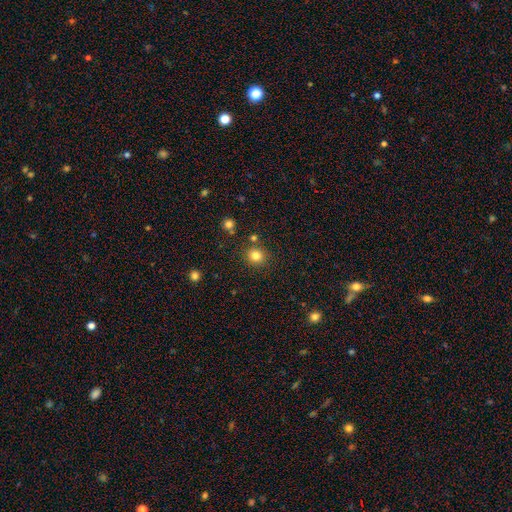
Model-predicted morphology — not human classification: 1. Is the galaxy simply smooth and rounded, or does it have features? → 82% smooth, 13% star or artifact, 5% featured or disk.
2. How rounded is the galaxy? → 88% round, 11% in between, 1% cigar-shaped.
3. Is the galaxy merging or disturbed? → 85% none, 7% minor disturbance, 5% merger, 2% major disturbance.